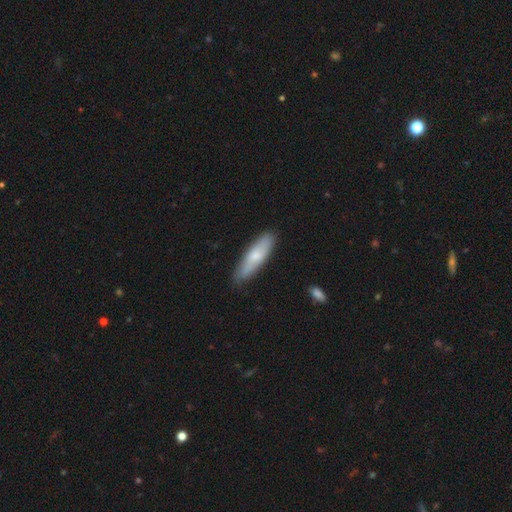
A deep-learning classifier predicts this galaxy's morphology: A smooth galaxy with no disk features (67%) that is cigar-shaped (67%).

Vote fractions:
- Smooth or featured? smooth: 67% / featured or disk: 28% / star or artifact: 6%
- How rounded? cigar-shaped: 67% / in between: 31% / round: 2%
- Merging? none: 81% / minor disturbance: 15% / major disturbance: 2% / merger: 1%